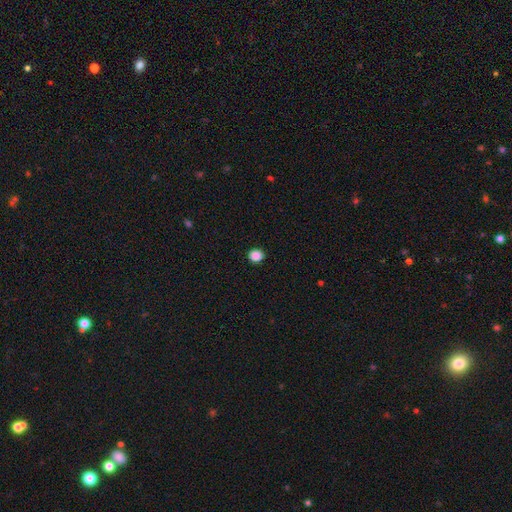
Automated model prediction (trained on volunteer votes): A smooth galaxy with no disk features (88%) that is round (85%). Merging: none (92%).